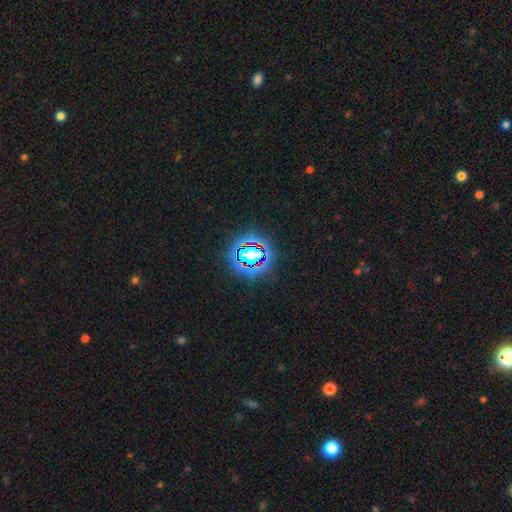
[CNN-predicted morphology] Smooth or featured? Predicted: star or artifact (p=0.80).